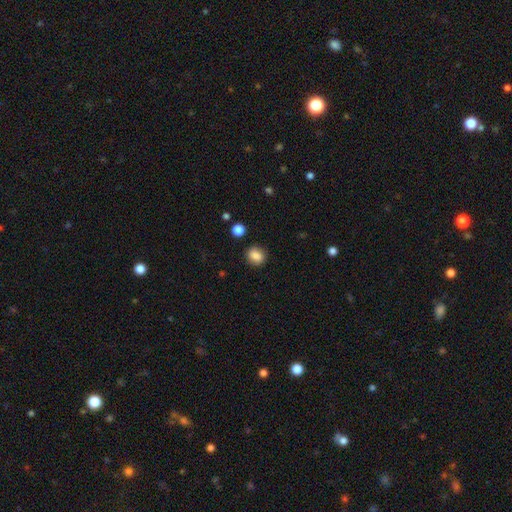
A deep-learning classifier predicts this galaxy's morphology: Smooth or featured? smooth (84%)
How rounded? round (70%)
Merging? none (84%)